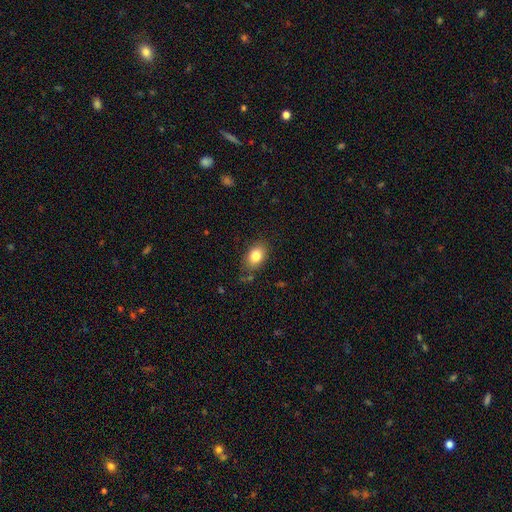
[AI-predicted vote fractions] A smooth galaxy with no disk features (83%) that is in between round and cigar-shaped (82%).

Vote fractions:
- Smooth or featured? smooth: 83% / featured or disk: 9% / star or artifact: 8%
- How rounded? in between: 82% / round: 17% / cigar-shaped: 1%
- Merging? none: 77% / minor disturbance: 16% / major disturbance: 4% / merger: 3%